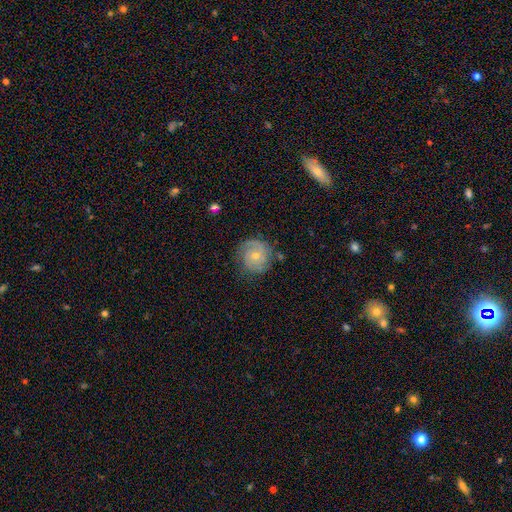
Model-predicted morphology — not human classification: Smooth or featured? featured or disk (74%)
Edge-on disk? no (98%)
Bar? no (73%)
Spiral arms? yes (92%)
Spiral winding? tight (62%)
Spiral arm count? 2 (47%)
Bulge size? small (59%)
Merging? none (76%)